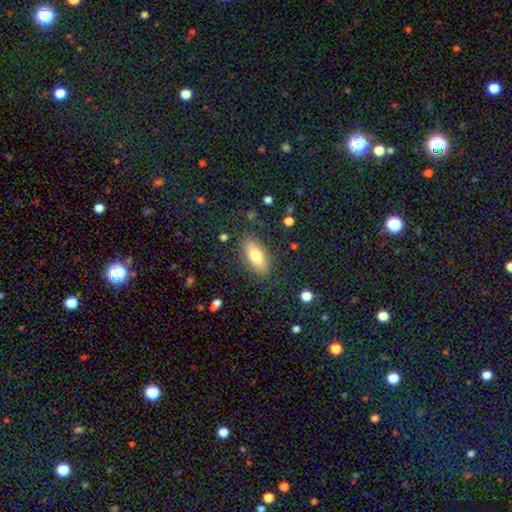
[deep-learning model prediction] smooth_or_featured: smooth (p=0.76) [alt: featured or disk p=0.17]
how_rounded: in between (p=0.80) [alt: cigar-shaped p=0.17]
merging: none (p=0.83) [alt: minor disturbance p=0.12]